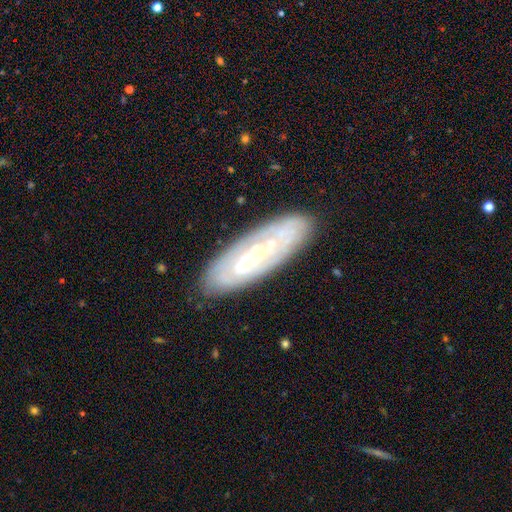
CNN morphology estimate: Smooth or featured? featured or disk (77%)
Edge-on disk? no (86%)
Bar? no (48%)
Spiral arms? yes (88%)
Spiral winding? tight (73%)
Spiral arm count? can't tell (47%)
Bulge size? small (72%)
Merging? none (84%)